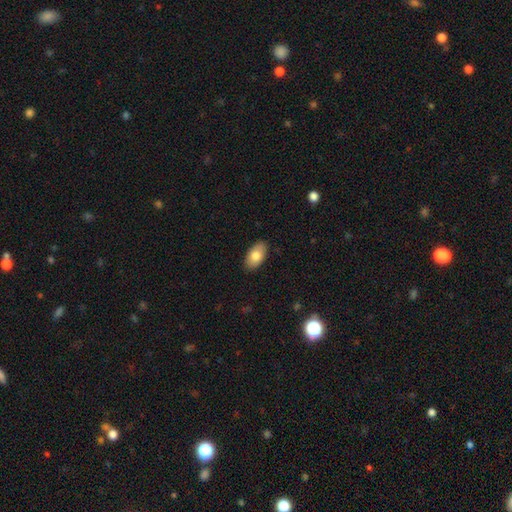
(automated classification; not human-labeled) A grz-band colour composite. It shows a smooth galaxy with no disk features (79%) that is in between round and cigar-shaped (94%). Merging: none (87%).